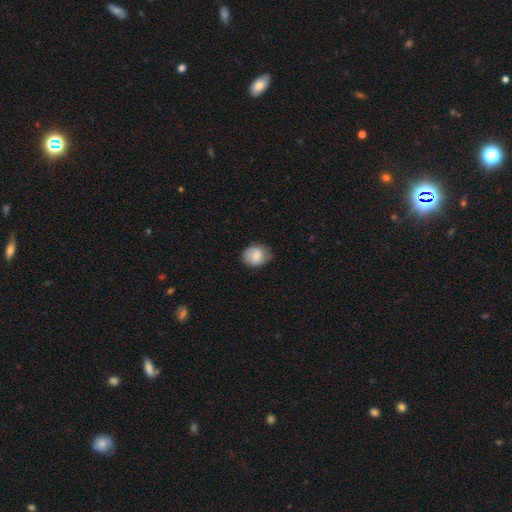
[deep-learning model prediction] Smooth or featured: smooth — 79% (featured or disk — 13%)
How rounded: round — 57% (in between — 42%)
Merging: none — 69% (minor disturbance — 25%)